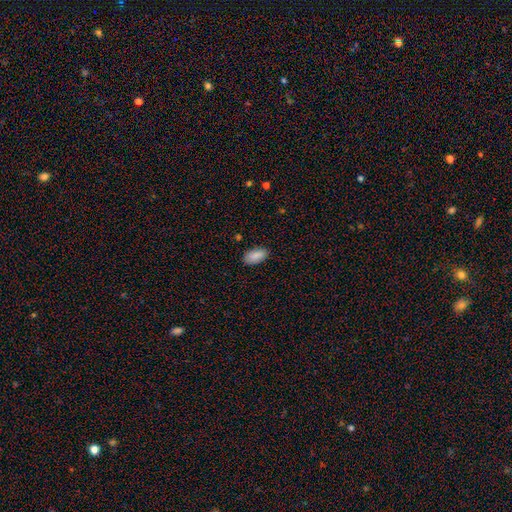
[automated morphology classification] A smooth galaxy with no disk features (89%) that is in between round and cigar-shaped (93%). Merging: none (86%).